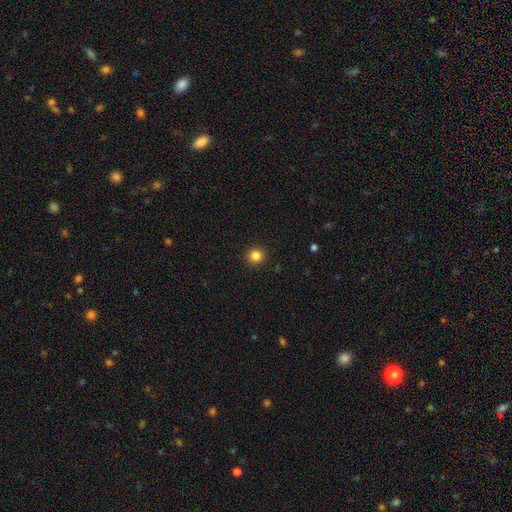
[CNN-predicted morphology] Q: Smooth or featured?
A: smooth (85%); runner-up: star or artifact (11%)
Q: How rounded?
A: round (94%); runner-up: in between (5%)
Q: Merging?
A: none (93%); runner-up: minor disturbance (5%)